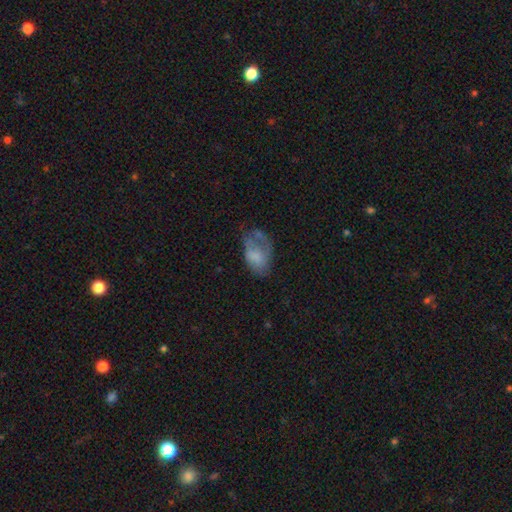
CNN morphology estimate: A smooth galaxy with no disk features (61%) that is in between round and cigar-shaped (89%).

Vote fractions:
- Smooth or featured? smooth: 61% / featured or disk: 30% / star or artifact: 9%
- How rounded? in between: 89% / round: 9% / cigar-shaped: 2%
- Merging? major disturbance: 35% / minor disturbance: 30% / none: 30% / merger: 4%